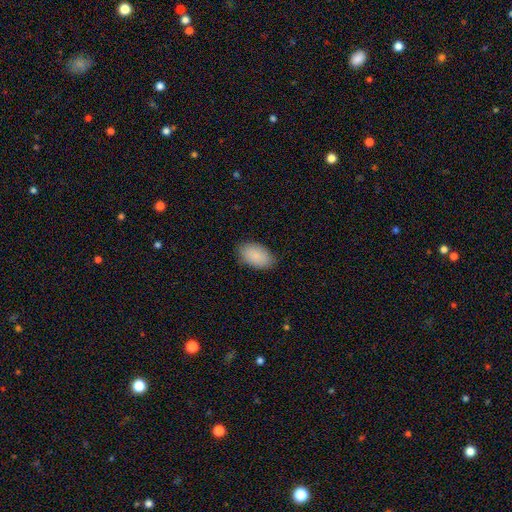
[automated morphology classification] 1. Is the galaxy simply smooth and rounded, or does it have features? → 90% smooth, 6% star or artifact, 4% featured or disk.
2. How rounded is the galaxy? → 95% in between, 4% round, 1% cigar-shaped.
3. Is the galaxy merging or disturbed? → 85% none, 12% minor disturbance, 2% major disturbance, 1% merger.